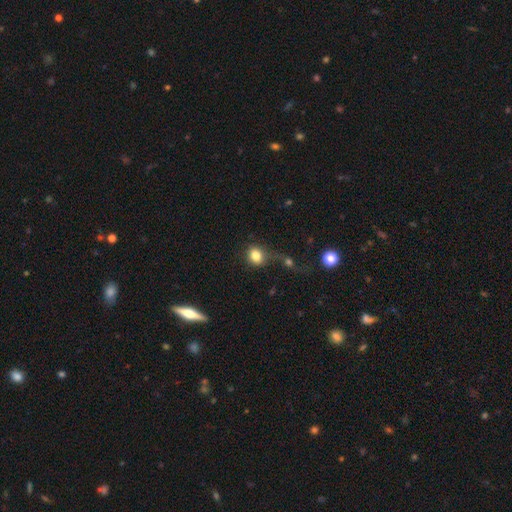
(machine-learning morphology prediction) type=smooth (83%); roundness=round (66%); merging=none (49%).